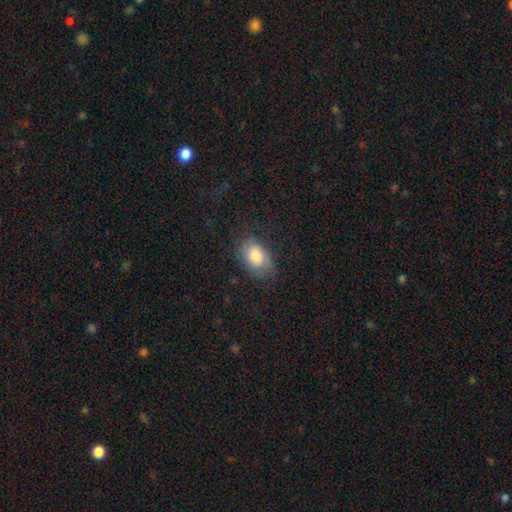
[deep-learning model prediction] Morphology: type=smooth (65%); roundness=in between (87%); merging=none (63%).